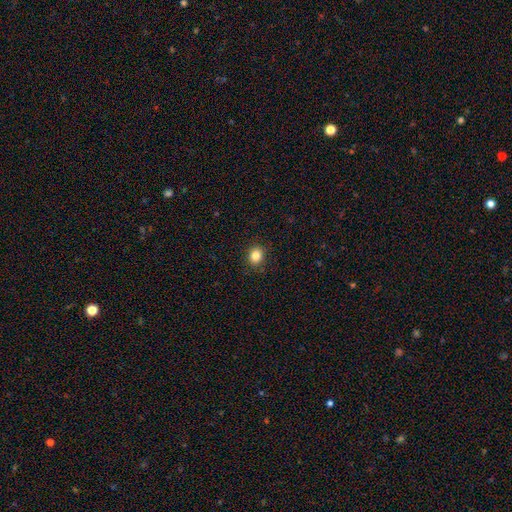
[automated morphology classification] A smooth galaxy with no disk features (84%) that is round (69%).

Vote fractions:
- Smooth or featured? smooth: 84% / star or artifact: 11% / featured or disk: 5%
- How rounded? round: 69% / in between: 30% / cigar-shaped: 1%
- Merging? none: 89% / minor disturbance: 8% / major disturbance: 2% / merger: 1%